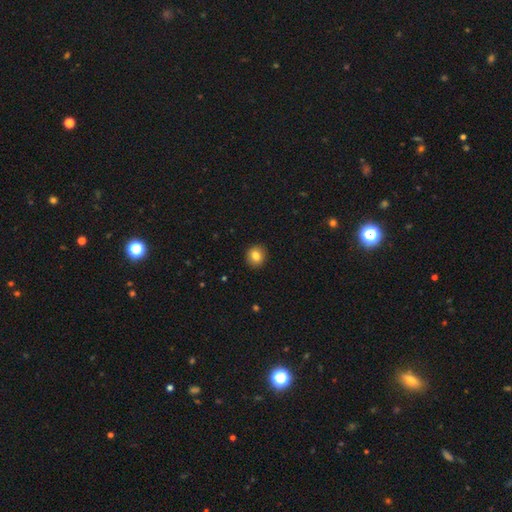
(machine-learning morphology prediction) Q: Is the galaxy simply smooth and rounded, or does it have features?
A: smooth — 82%.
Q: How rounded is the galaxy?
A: round — 86%.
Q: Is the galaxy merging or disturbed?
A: none — 92%.